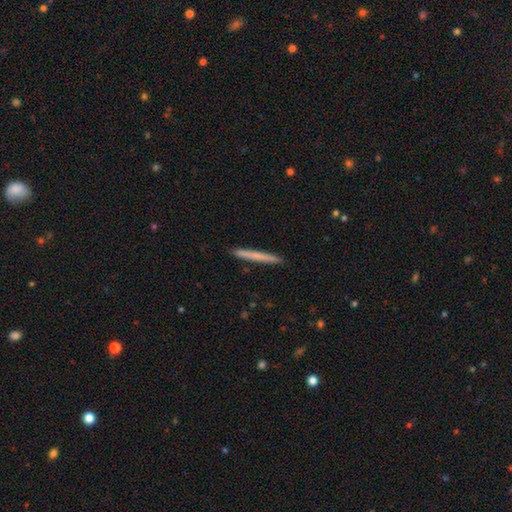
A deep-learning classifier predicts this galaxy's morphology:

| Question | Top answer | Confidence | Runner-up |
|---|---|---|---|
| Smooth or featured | smooth | 67% | featured or disk (28%) |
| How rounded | cigar-shaped | 97% | in between (2%) |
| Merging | none | 92% | minor disturbance (6%) |